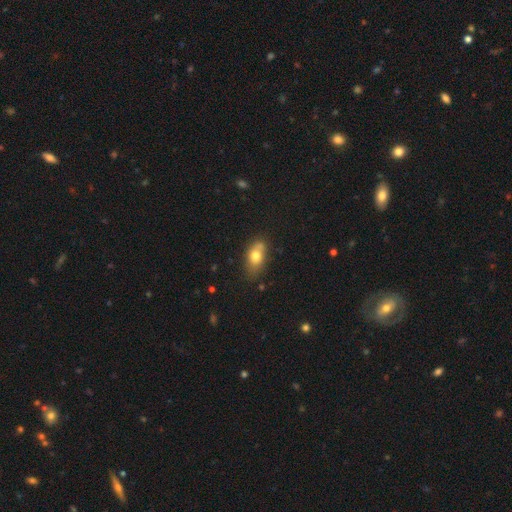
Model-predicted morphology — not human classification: A smooth galaxy with no disk features (73%) that is in between round and cigar-shaped (83%).

Vote fractions:
- Smooth or featured? smooth: 73% / featured or disk: 18% / star or artifact: 9%
- How rounded? in between: 83% / round: 12% / cigar-shaped: 5%
- Merging? none: 63% / minor disturbance: 26% / major disturbance: 6% / merger: 5%